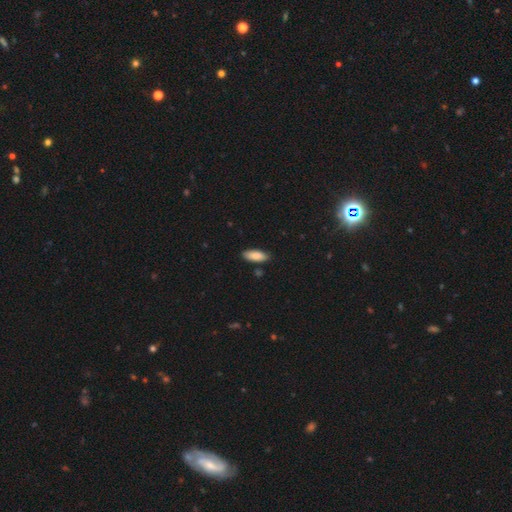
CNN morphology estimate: The model was most divided on "how rounded": in between: 77%, cigar-shaped: 22%, round: 2%. More confident: smooth or featured — smooth (88%); merging — none (85%).